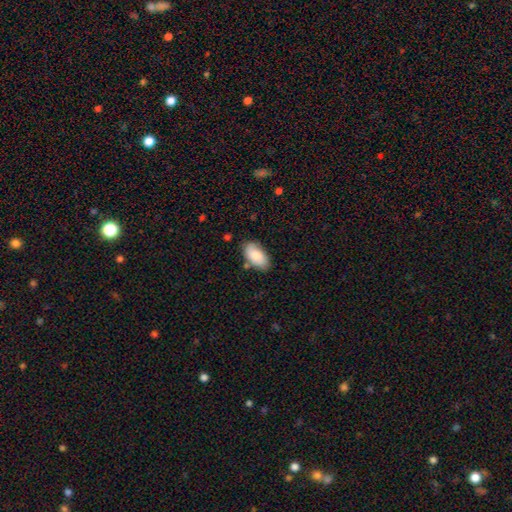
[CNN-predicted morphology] Smooth or featured? Predicted: smooth (p=0.81). How rounded? Predicted: in between (p=0.95). Merging? Predicted: none (p=0.77).